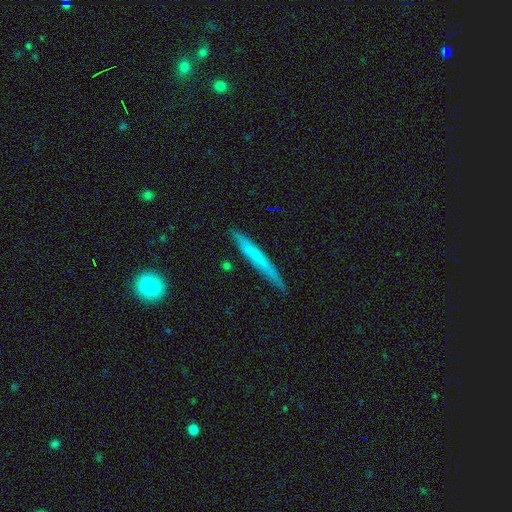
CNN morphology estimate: A smooth galaxy with no disk features (53%) that is cigar-shaped (96%).

Vote fractions:
- Smooth or featured? smooth: 53% / featured or disk: 41% / star or artifact: 6%
- How rounded? cigar-shaped: 96% / in between: 3% / round: 2%
- Merging? none: 85% / minor disturbance: 12% / major disturbance: 2% / merger: 2%